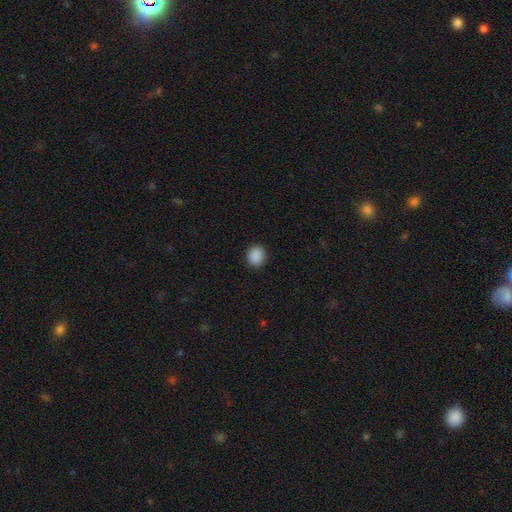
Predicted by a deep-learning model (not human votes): Smooth or featured? smooth (89%)
How rounded? round (75%)
Merging? none (91%)